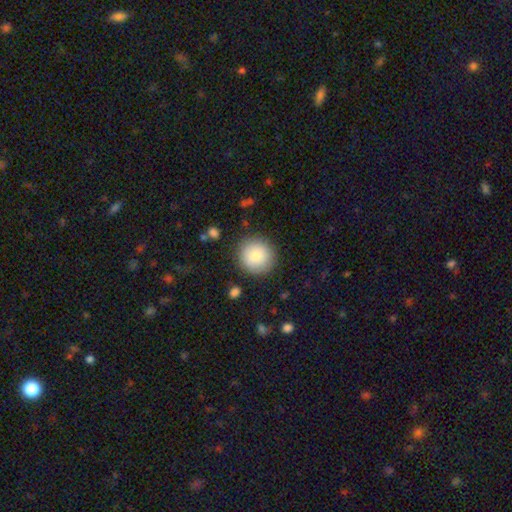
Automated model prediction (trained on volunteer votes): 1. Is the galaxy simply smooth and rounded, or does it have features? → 81% smooth, 11% featured or disk, 8% star or artifact.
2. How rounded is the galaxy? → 94% round, 5% in between, 1% cigar-shaped.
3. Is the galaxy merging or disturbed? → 87% none, 8% minor disturbance, 3% major disturbance, 2% merger.